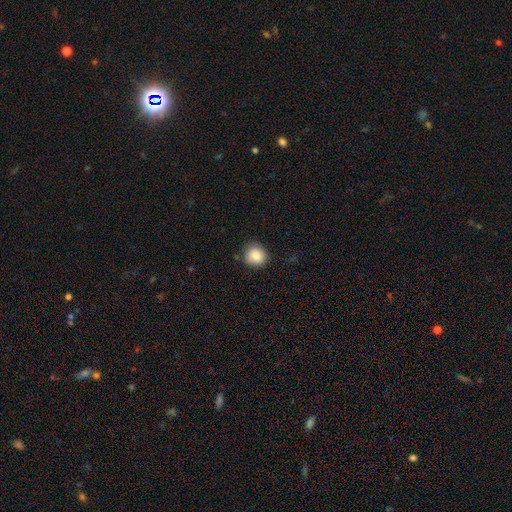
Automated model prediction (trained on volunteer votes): A smooth galaxy with no disk features (87%) that is round (84%).

Vote fractions:
- Smooth or featured? smooth: 87% / star or artifact: 8% / featured or disk: 5%
- How rounded? round: 84% / in between: 15% / cigar-shaped: 1%
- Merging? none: 80% / minor disturbance: 15% / major disturbance: 3% / merger: 2%